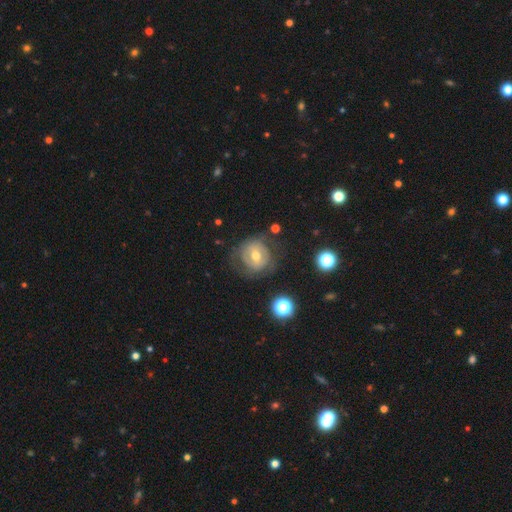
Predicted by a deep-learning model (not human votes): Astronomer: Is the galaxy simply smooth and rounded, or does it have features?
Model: featured or disk — 57% (runner-up: smooth, 34%).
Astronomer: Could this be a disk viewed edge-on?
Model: no — 96%.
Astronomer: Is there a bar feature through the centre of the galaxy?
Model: no — 41%, tied with weak at 41%.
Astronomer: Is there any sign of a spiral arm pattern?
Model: yes — 52% (runner-up: no, 48%).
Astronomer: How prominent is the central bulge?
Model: moderate — 70%.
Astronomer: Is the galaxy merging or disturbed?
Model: none — 63%.